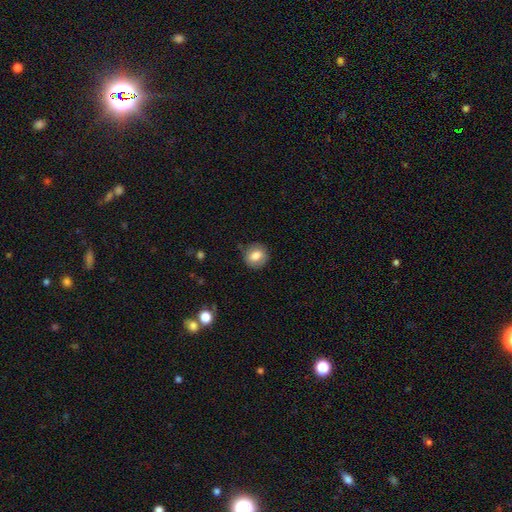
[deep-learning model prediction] Overall: smooth (77%). How rounded: round (79%). Merging: none (82%).